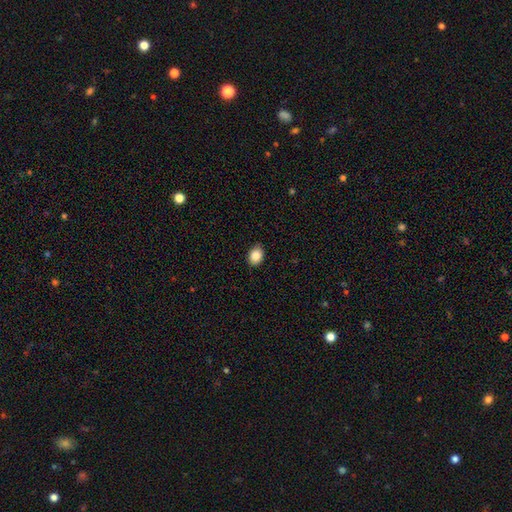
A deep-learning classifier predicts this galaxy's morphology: Smooth or featured? Predicted: smooth (p=0.86). How rounded? Predicted: in between (p=0.66). Merging? Predicted: none (p=0.88).